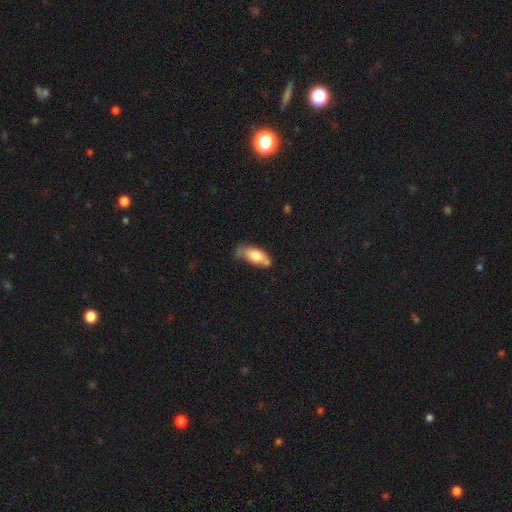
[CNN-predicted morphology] This appears to be a smooth galaxy with no disk features (74%) that is in between round and cigar-shaped (83%). Merging: none (40%).